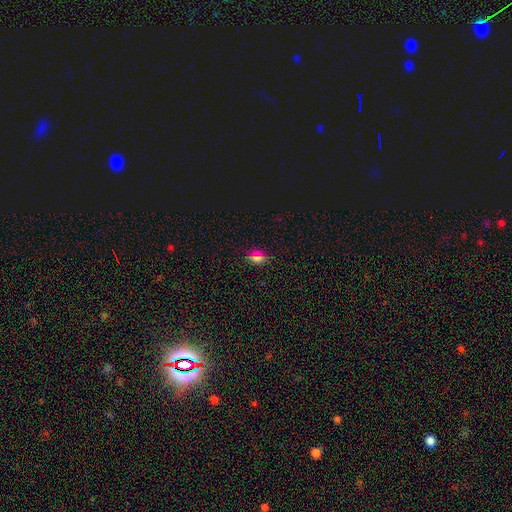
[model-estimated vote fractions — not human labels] smooth-or-featured: smooth: 62% | star or artifact: 30% | featured or disk: 8%
  how-rounded: in between: 55% | round: 39% | cigar-shaped: 5%
  merging: none: 86% | minor disturbance: 10% | major disturbance: 3% | merger: 2%